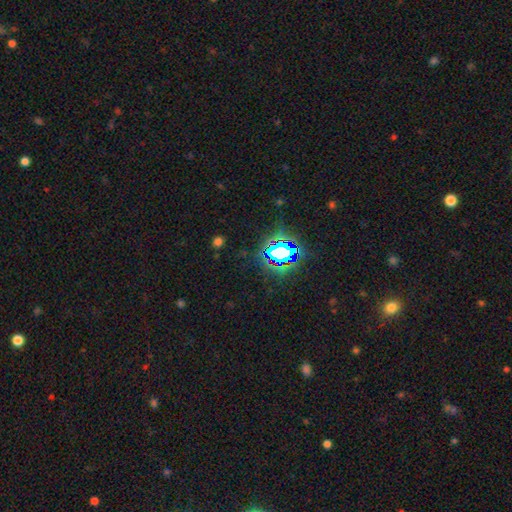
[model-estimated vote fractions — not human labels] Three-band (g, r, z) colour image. It shows a star or artifact, not a galaxy (80%).